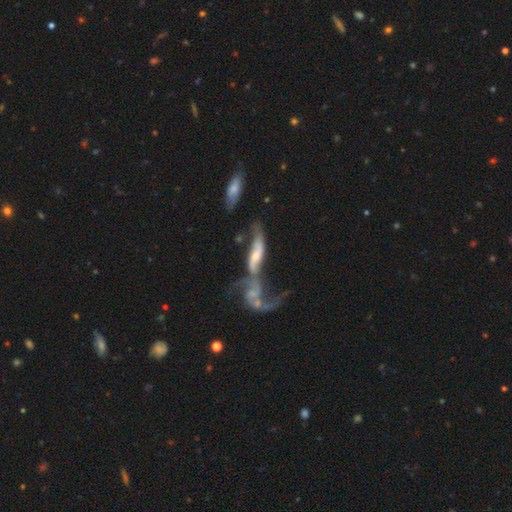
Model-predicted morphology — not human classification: type=featured or disk (72%); edge-on=no (78%); bar=no (58%); spiral arms=yes (71%); bulge=small (46%); merging=merger (61%).